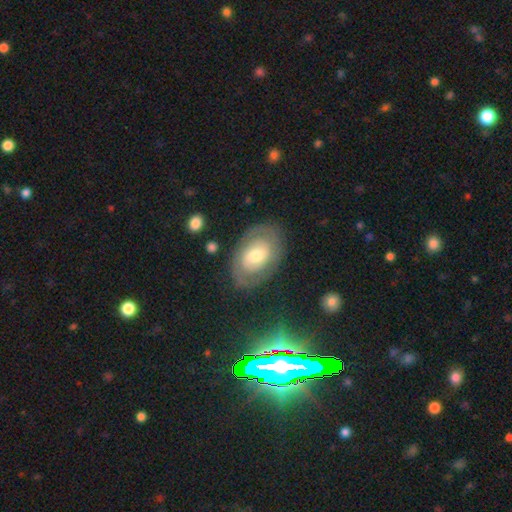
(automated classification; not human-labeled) smooth_or_featured: featured or disk (p=0.65) [alt: smooth p=0.29]
disk_edge_on: no (p=0.95) [alt: yes p=0.05]
bar: no (p=0.65) [alt: weak p=0.28]
has_spiral_arms: yes (p=0.68) [alt: no p=0.32]
bulge_size: moderate (p=0.61) [alt: small p=0.26]
merging: none (p=0.77) [alt: minor disturbance p=0.14]